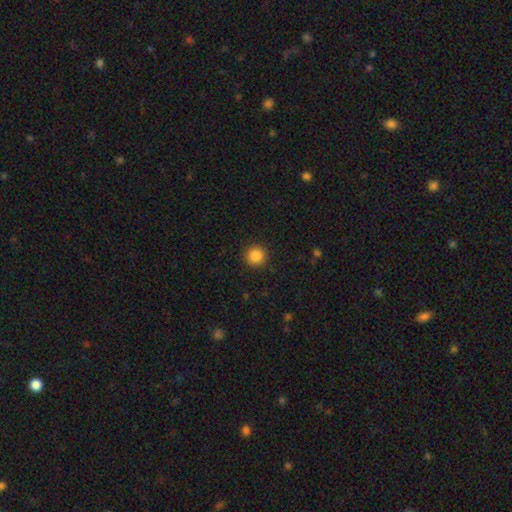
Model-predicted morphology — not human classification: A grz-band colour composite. It shows a smooth galaxy with no disk features (86%) that is round (95%). Merging: none (92%).